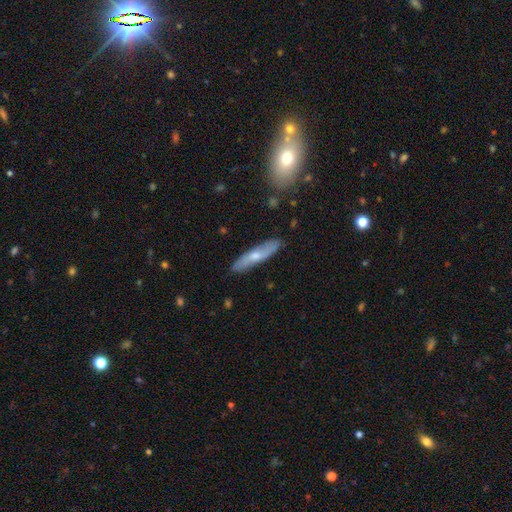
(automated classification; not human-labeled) Smooth or featured: smooth — 49% (featured or disk — 45%)
Merging: none — 86% (minor disturbance — 11%)